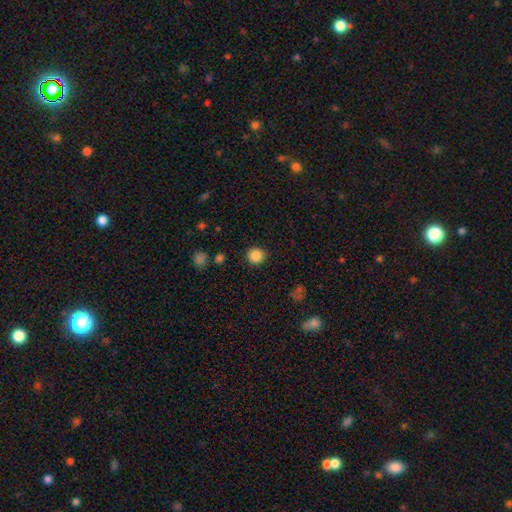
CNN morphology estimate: This appears to be a smooth galaxy with no disk features (86%) that is round (90%). Merging: none (90%).